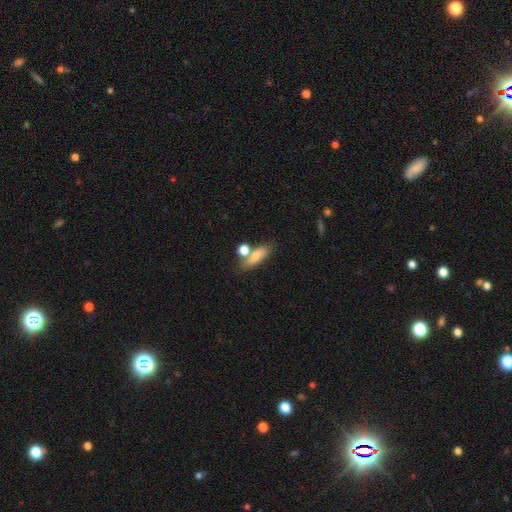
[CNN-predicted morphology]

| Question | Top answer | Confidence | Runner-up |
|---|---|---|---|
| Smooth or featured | smooth | 72% | featured or disk (19%) |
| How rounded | in between | 59% | cigar-shaped (31%) |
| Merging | none | 54% | merger (26%) |